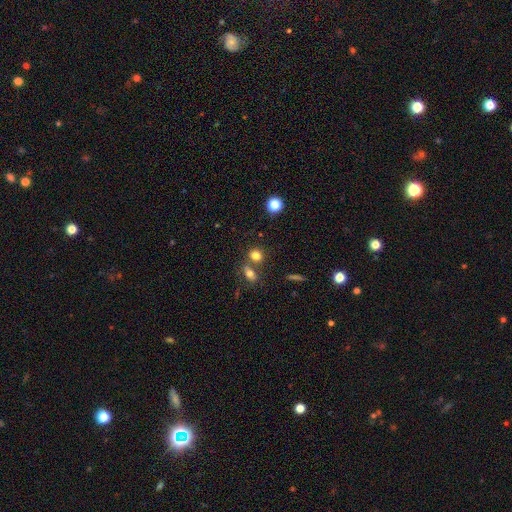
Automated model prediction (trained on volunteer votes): A smooth galaxy with no disk features (75%) that is round (64%). Merging: none (51%).